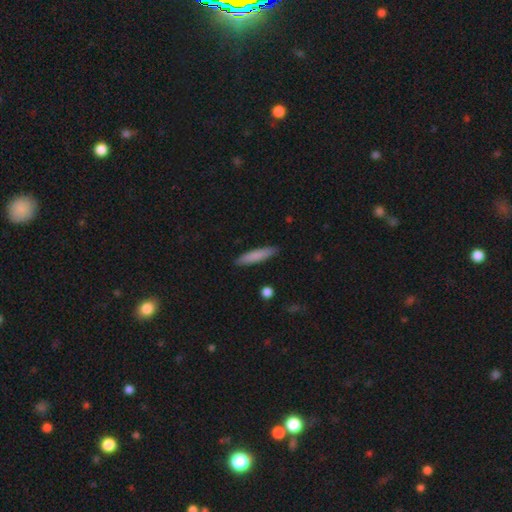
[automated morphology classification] Q: Smooth or featured?
A: smooth (81%); runner-up: featured or disk (13%)
Q: How rounded?
A: cigar-shaped (86%); runner-up: in between (12%)
Q: Merging?
A: none (89%); runner-up: minor disturbance (8%)